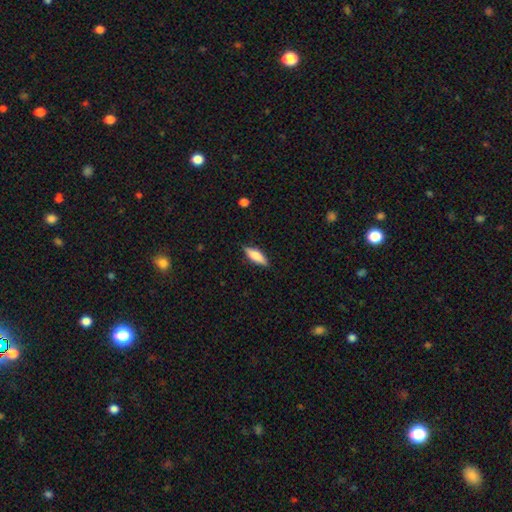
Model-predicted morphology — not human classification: Smooth or featured?
  - smooth: 69% *
  - featured or disk: 24%
  - star or artifact: 6%
How rounded?
  - in between: 56% *
  - cigar-shaped: 42%
  - round: 2%
Merging?
  - none: 83% *
  - minor disturbance: 13%
  - major disturbance: 3%
  - merger: 1%